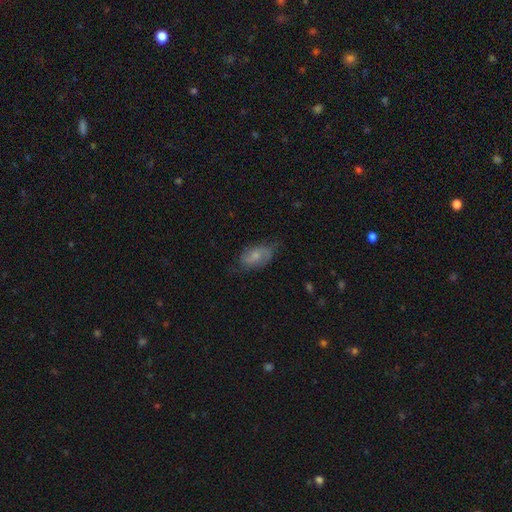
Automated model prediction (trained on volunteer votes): smooth-or-featured: featured or disk: 51% | smooth: 41% | star or artifact: 8%
  disk-edge-on: no: 95% | yes: 5%
  merging: none: 67% | minor disturbance: 24% | major disturbance: 8% | merger: 1%